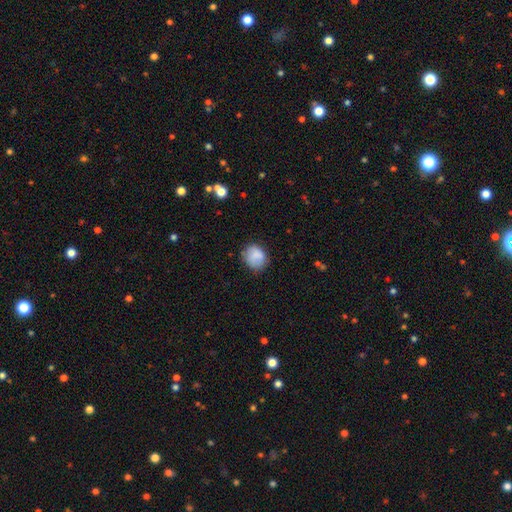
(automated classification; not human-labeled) Smooth or featured: smooth — 82% (featured or disk — 9%)
How rounded: round — 64% (in between — 35%)
Merging: none — 69% (minor disturbance — 22%)